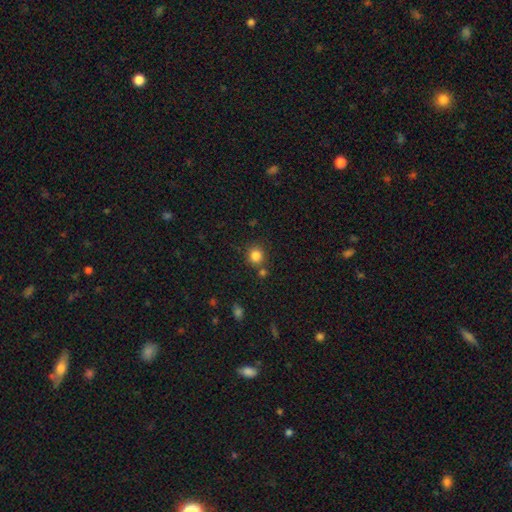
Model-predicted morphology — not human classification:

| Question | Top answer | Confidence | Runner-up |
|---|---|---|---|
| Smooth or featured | smooth | 83% | star or artifact (12%) |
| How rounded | round | 89% | in between (10%) |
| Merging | none | 77% | merger (11%) |